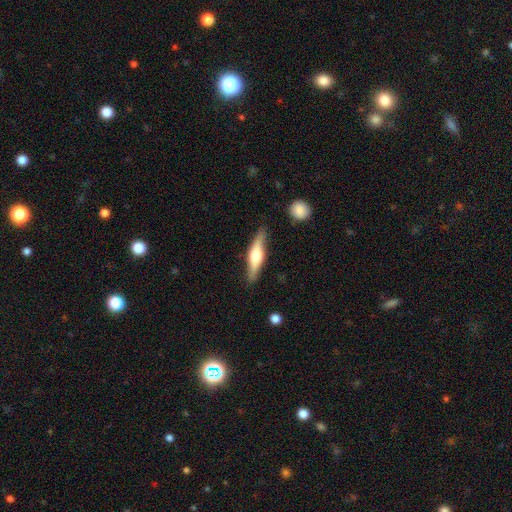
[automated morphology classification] This appears to be a featured or disk galaxy (60%) viewed edge-on (94%) with a rounded central bulge (90%). Merging: none (83%).